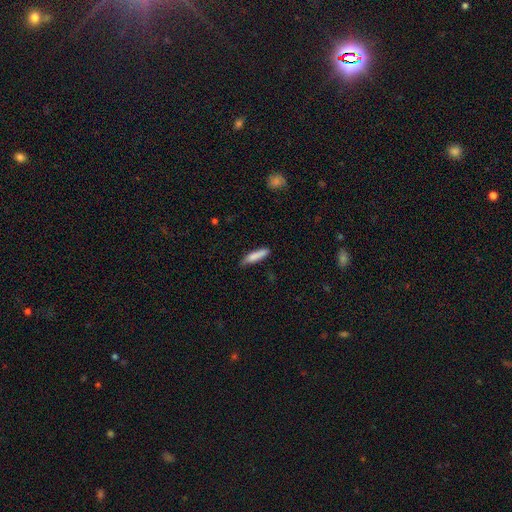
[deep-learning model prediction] The model was most divided on "merging": none: 75%, minor disturbance: 20%, major disturbance: 3%, merger: 2%. More confident: smooth or featured — smooth (83%); how rounded — cigar-shaped (79%).